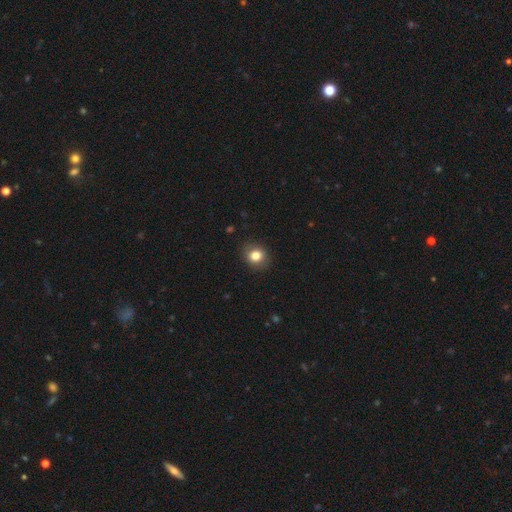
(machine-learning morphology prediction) smooth-or-featured: smooth: 82% | star or artifact: 10% | featured or disk: 8%
  how-rounded: round: 72% | in between: 27% | cigar-shaped: 1%
  merging: none: 86% | minor disturbance: 10% | major disturbance: 3% | merger: 1%